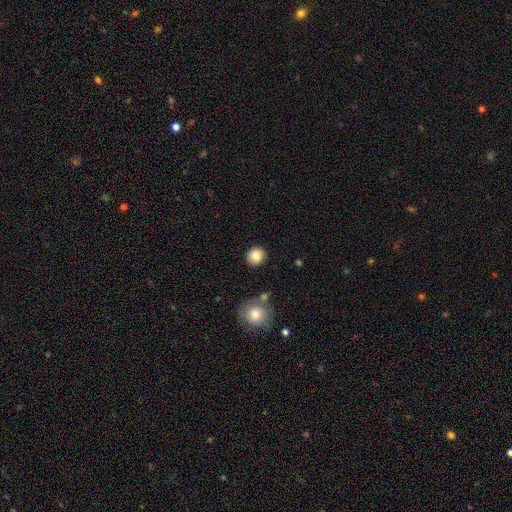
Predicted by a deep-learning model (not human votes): smooth_or_featured: smooth (p=0.87) [alt: star or artifact p=0.08]
how_rounded: round (p=0.90) [alt: in between p=0.09]
merging: none (p=0.87) [alt: minor disturbance p=0.08]